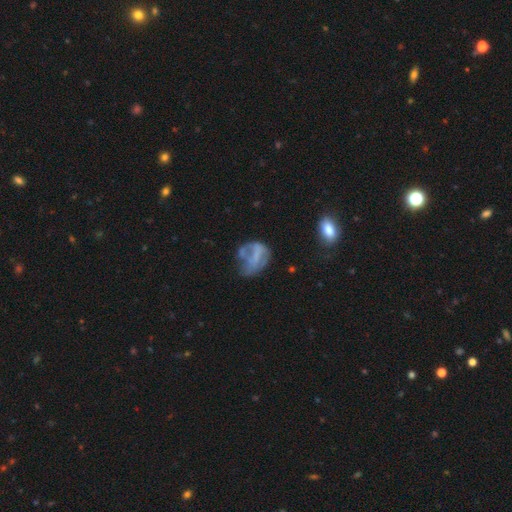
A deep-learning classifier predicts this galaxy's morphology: A featured or disk galaxy (48%). Merging: major disturbance (36%).